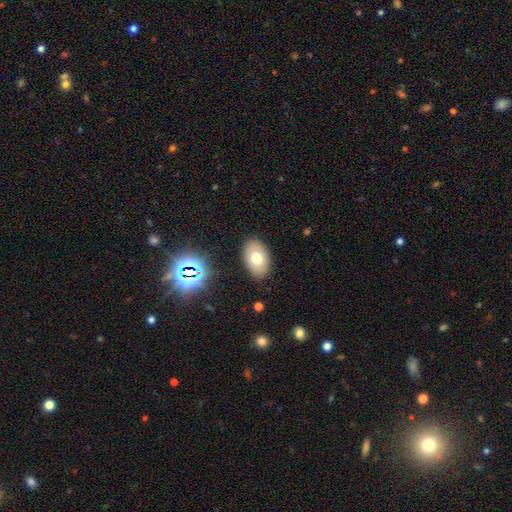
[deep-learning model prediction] Smooth or featured? Predicted: smooth (p=0.56). How rounded? Predicted: in between (p=0.81). Merging? Predicted: none (p=0.87).